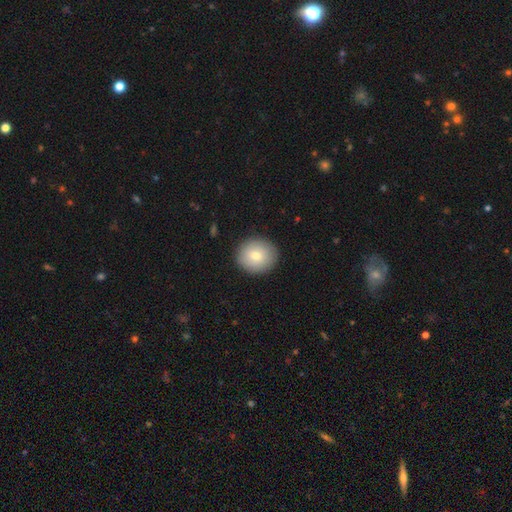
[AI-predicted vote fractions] A smooth galaxy with no disk features (77%) that is round (85%). Merging: none (90%).